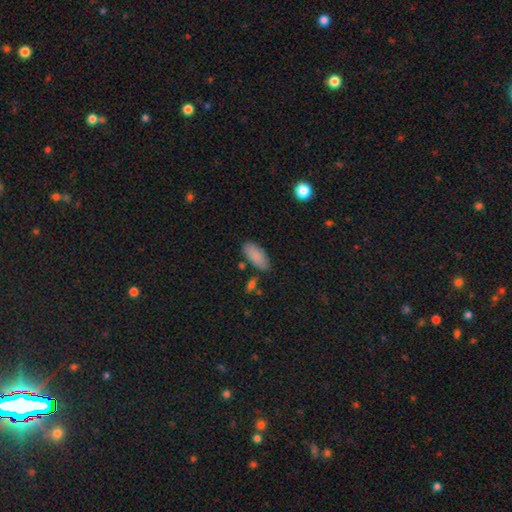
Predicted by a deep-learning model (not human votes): smooth_or_featured: smooth (p=0.86) [alt: featured or disk p=0.07]
how_rounded: in between (p=0.90) [alt: cigar-shaped p=0.08]
merging: none (p=0.77) [alt: minor disturbance p=0.15]